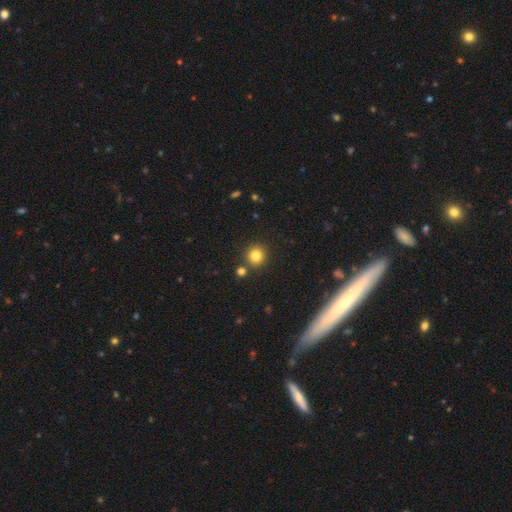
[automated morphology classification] Q: Smooth or featured?
A: smooth (83%); runner-up: star or artifact (12%)
Q: How rounded?
A: round (91%); runner-up: in between (9%)
Q: Merging?
A: none (83%); runner-up: merger (8%)